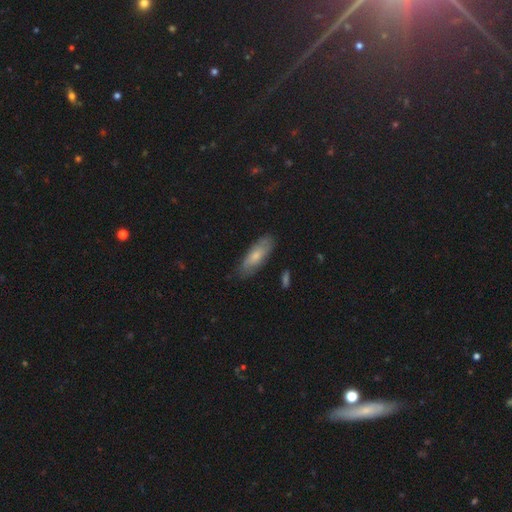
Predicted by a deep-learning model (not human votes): smooth-or-featured: smooth: 64% | featured or disk: 30% | star or artifact: 6%
  how-rounded: in between: 64% | cigar-shaped: 33% | round: 2%
  merging: none: 79% | minor disturbance: 16% | major disturbance: 3% | merger: 2%